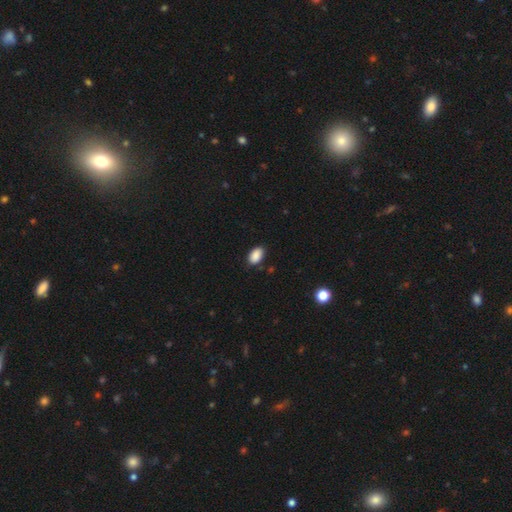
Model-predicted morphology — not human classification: A smooth galaxy with no disk features (89%) that is in between round and cigar-shaped (91%).

Vote fractions:
- Smooth or featured? smooth: 89% / star or artifact: 8% / featured or disk: 3%
- How rounded? in between: 91% / round: 7% / cigar-shaped: 1%
- Merging? none: 83% / minor disturbance: 14% / major disturbance: 2% / merger: 1%